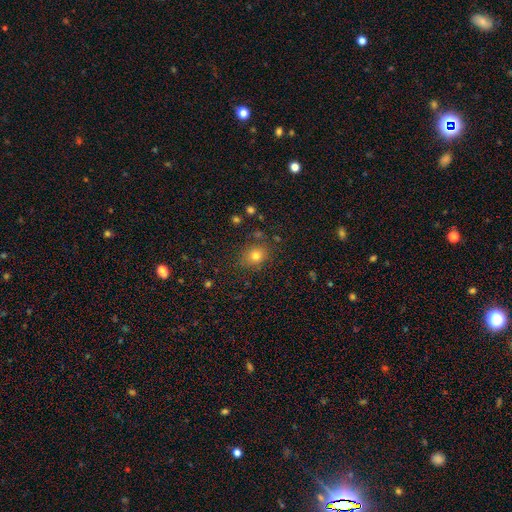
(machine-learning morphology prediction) This is likely a smooth galaxy (77%). How rounded: likely round (65%). Merging: clearly none (82%).